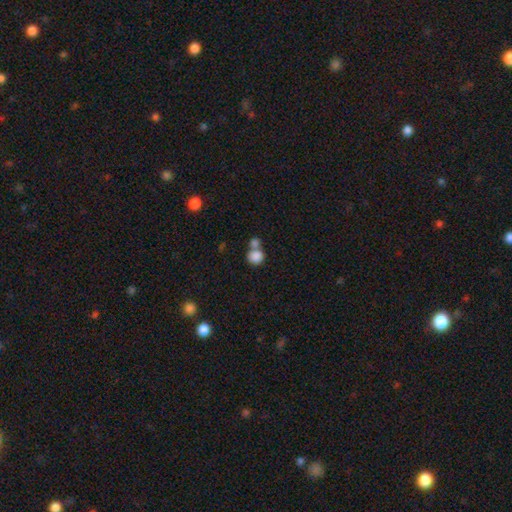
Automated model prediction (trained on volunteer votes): Smooth or featured?
  - smooth: 84% *
  - star or artifact: 9%
  - featured or disk: 7%
How rounded?
  - round: 84% *
  - in between: 15%
  - cigar-shaped: 1%
Merging?
  - merger: 48% *
  - none: 41%
  - minor disturbance: 8%
  - major disturbance: 4%